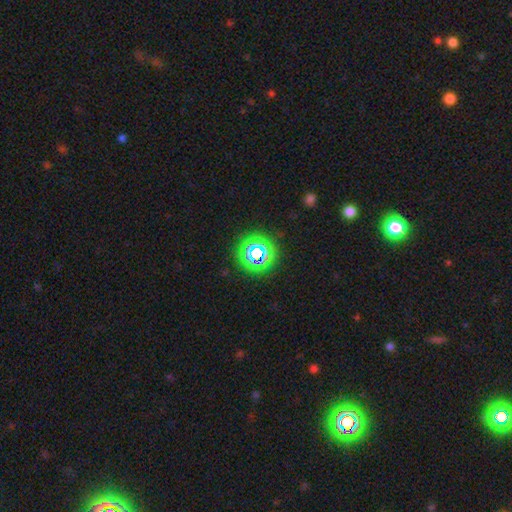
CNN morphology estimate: smooth_or_featured: star or artifact (p=0.62) [alt: smooth p=0.27]